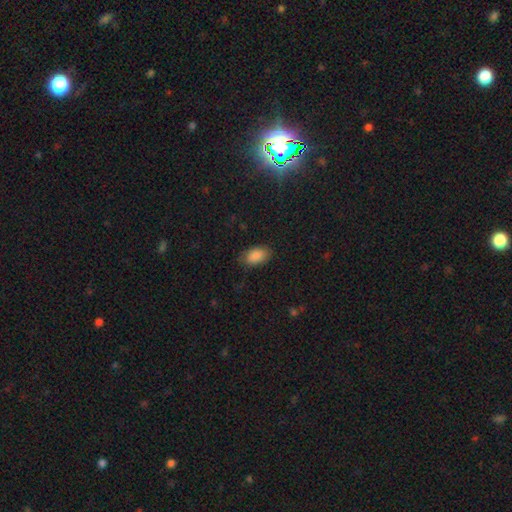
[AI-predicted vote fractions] Smooth or featured? Predicted: smooth (p=0.88). How rounded? Predicted: in between (p=0.93). Merging? Predicted: none (p=0.78).